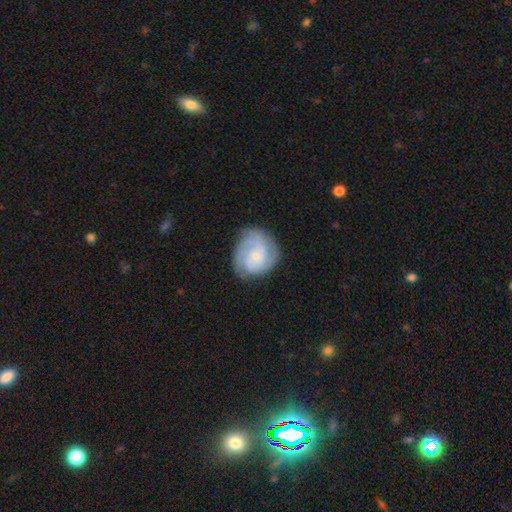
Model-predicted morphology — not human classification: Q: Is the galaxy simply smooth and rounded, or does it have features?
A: featured or disk — 77%.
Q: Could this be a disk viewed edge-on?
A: no — 98%.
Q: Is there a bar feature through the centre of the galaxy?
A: no — 68%.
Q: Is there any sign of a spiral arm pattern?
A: yes — 96%.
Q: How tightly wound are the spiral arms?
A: tight — 57%.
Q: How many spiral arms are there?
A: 3 — 45%.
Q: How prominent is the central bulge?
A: small — 67%.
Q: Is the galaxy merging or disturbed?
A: none — 74%.